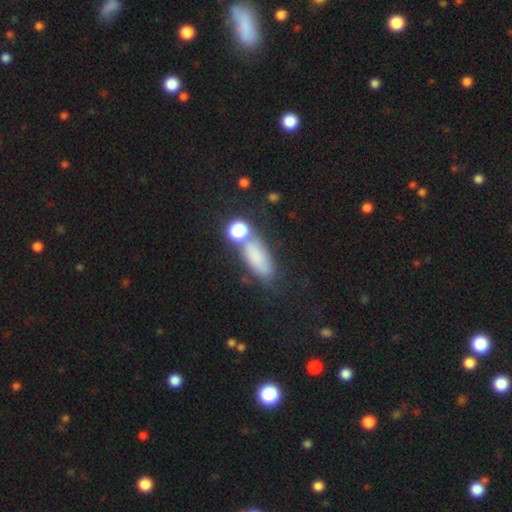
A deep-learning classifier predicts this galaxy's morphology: Smooth or featured?
  - smooth: 73% *
  - featured or disk: 13%
  - star or artifact: 13%
How rounded?
  - in between: 69% *
  - cigar-shaped: 23%
  - round: 8%
Merging?
  - none: 51% *
  - merger: 21%
  - minor disturbance: 19%
  - major disturbance: 9%